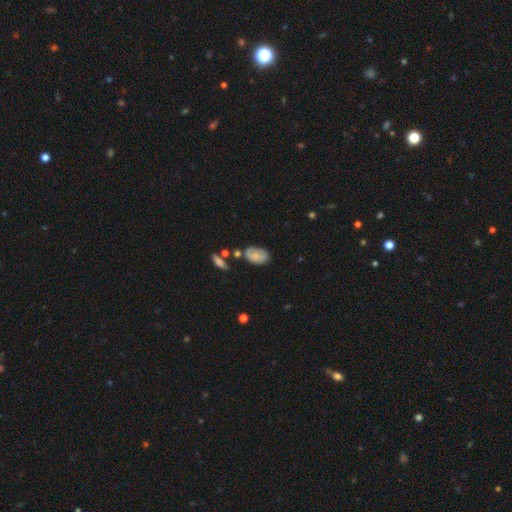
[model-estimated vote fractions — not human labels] Overall: smooth (70%). How rounded: in between (91%). Merging: none (58%; minor disturbance 27%).